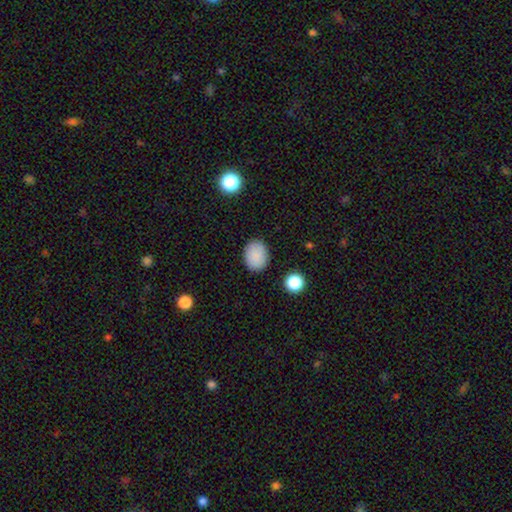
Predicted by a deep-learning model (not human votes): Overall: smooth (87%). How rounded: in between (64%; round 35%). Merging: none (86%).